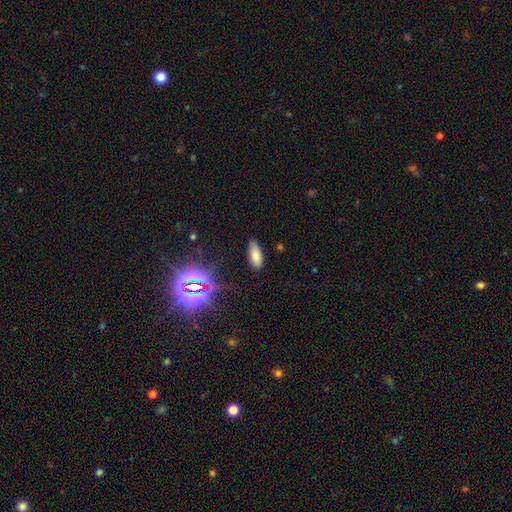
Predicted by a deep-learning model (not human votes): smooth_or_featured: smooth (p=0.78) [alt: star or artifact p=0.15]
how_rounded: in between (p=0.82) [alt: cigar-shaped p=0.16]
merging: none (p=0.82) [alt: minor disturbance p=0.13]